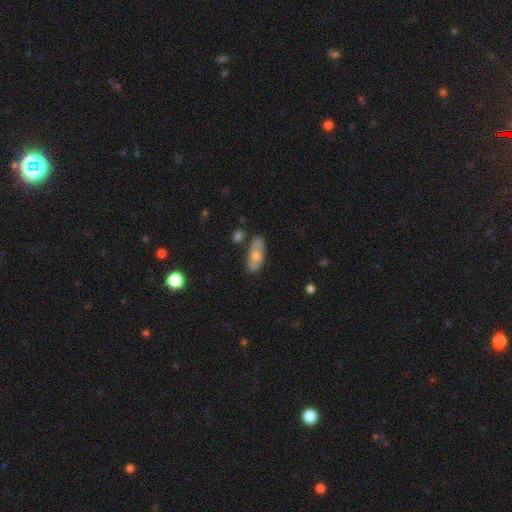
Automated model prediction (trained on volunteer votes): Smooth or featured: smooth — 54% (featured or disk — 39%)
How rounded: in between — 79% (cigar-shaped — 17%)
Merging: none — 74% (minor disturbance — 16%)